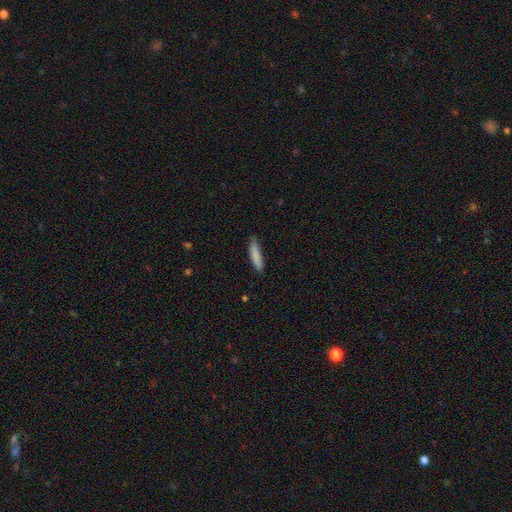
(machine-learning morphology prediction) The model was most divided on "merging": none: 77%, minor disturbance: 19%, major disturbance: 3%, merger: 1%. More confident: smooth or featured — smooth (84%); how rounded — cigar-shaped (80%).